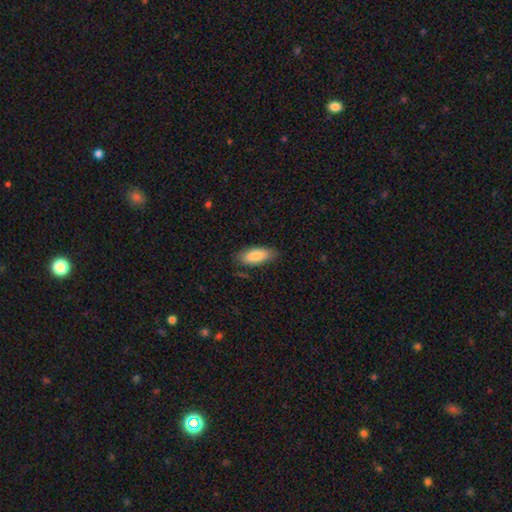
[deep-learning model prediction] smooth 83%, featured or disk 11%, star or artifact 6%. Down the decision tree: how rounded — in between (84%); merging — none (78%).